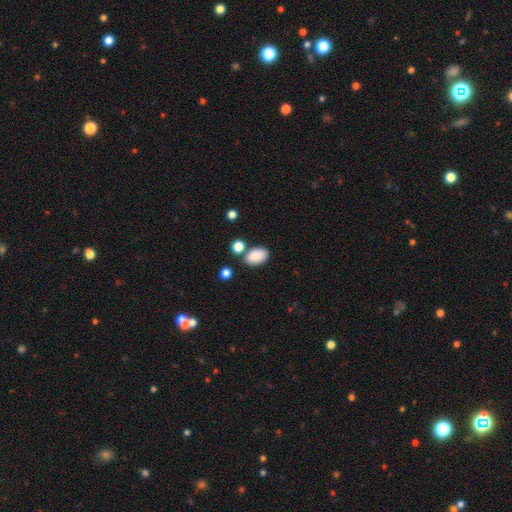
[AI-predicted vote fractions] Q: Smooth or featured?
A: smooth (86%); runner-up: star or artifact (8%)
Q: How rounded?
A: in between (90%); runner-up: round (9%)
Q: Merging?
A: none (71%); runner-up: minor disturbance (14%)